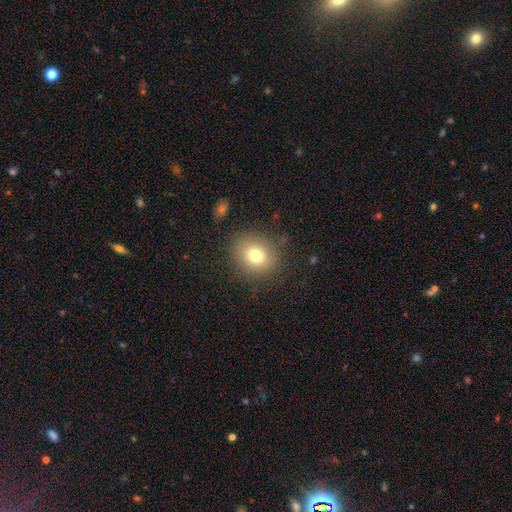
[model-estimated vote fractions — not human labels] A smooth galaxy with no disk features (76%) that is round (71%). Merging: none (82%).